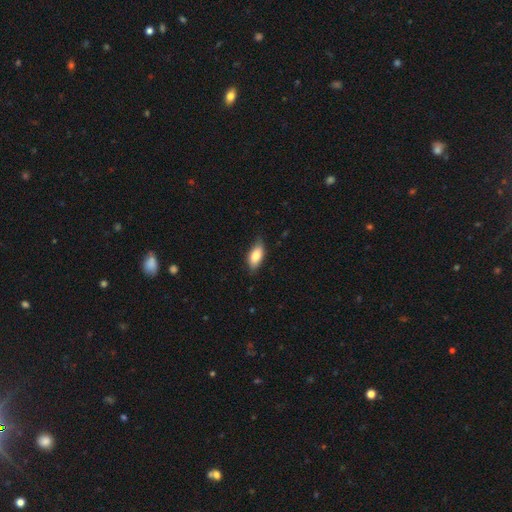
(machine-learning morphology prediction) This is clearly a smooth galaxy (80%). How rounded: clearly in between (86%). Merging: likely none (79%).